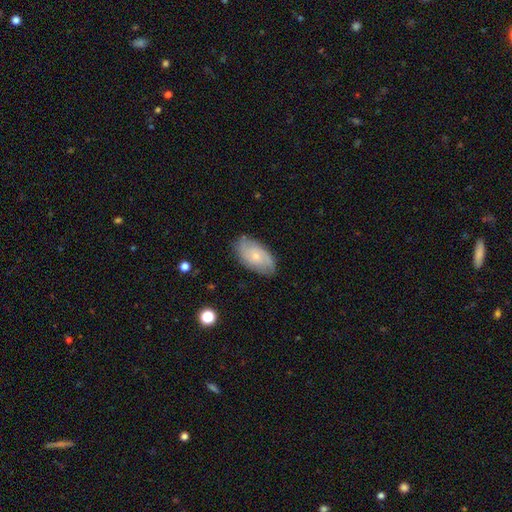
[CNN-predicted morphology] This appears to be a featured or disk galaxy (52%). Merging: none (78%).